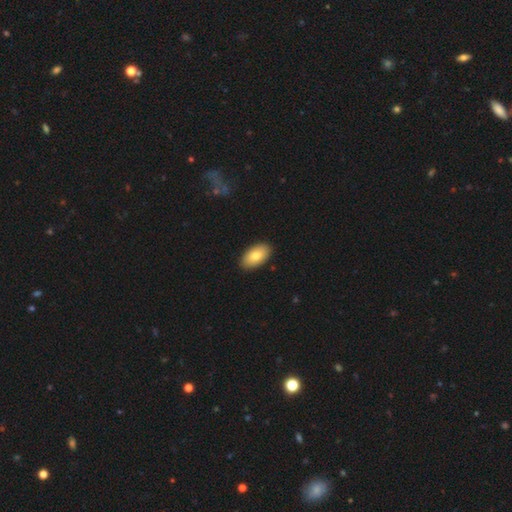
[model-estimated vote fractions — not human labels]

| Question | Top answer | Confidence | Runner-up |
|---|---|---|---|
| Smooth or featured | smooth | 79% | featured or disk (15%) |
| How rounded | in between | 95% | round (3%) |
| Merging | none | 90% | minor disturbance (7%) |